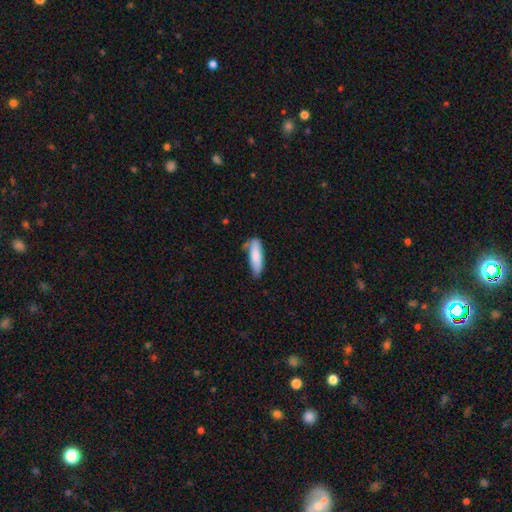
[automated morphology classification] This appears to be a smooth galaxy with no disk features (82%) that is cigar-shaped (55%). Merging: none (58%).